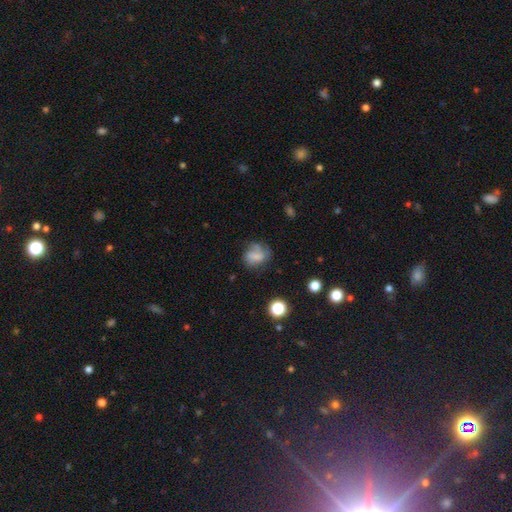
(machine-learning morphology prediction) type=smooth (58%); roundness=round (52%); merging=none (47%).